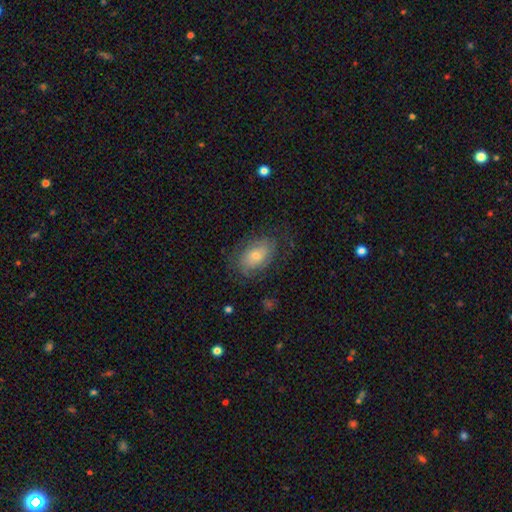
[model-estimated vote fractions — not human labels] Smooth or featured?
  - smooth: 50% *
  - featured or disk: 41%
  - star or artifact: 9%
Merging?
  - none: 68% *
  - minor disturbance: 20%
  - major disturbance: 11%
  - merger: 1%